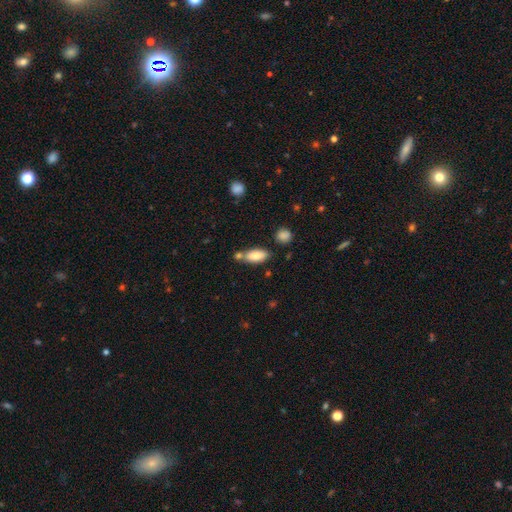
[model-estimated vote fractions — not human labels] Overall: smooth (82%). How rounded: in between (82%). Merging: none (60%; merger 22%).